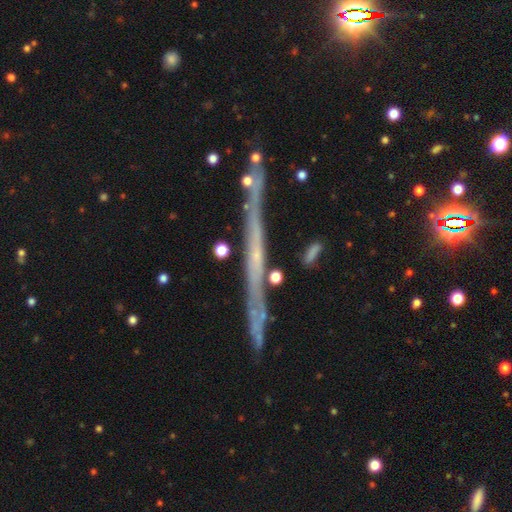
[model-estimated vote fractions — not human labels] Morphology: type=featured or disk (69%); edge-on=yes (95%); edge-on bulge=none (81%); merging=none (82%).